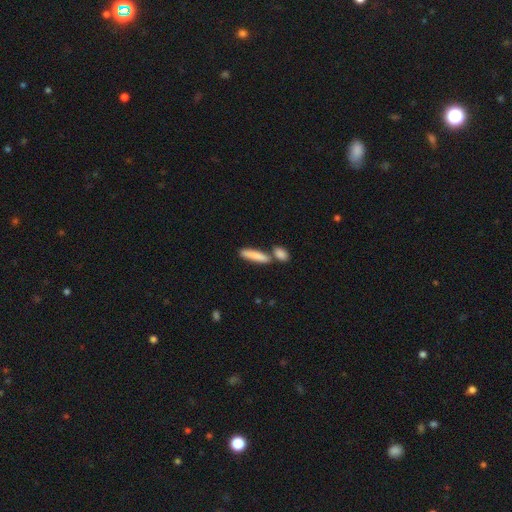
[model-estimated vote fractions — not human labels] The model was most divided on "merging": none: 59%, merger: 27%, minor disturbance: 11%, major disturbance: 3%. More confident: smooth or featured — smooth (83%); how rounded — cigar-shaped (73%).